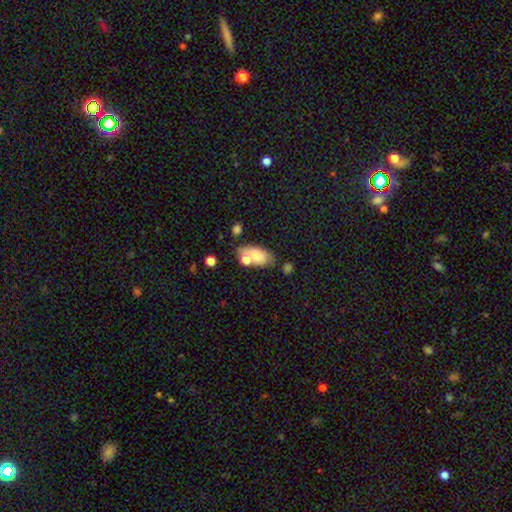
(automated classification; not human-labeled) A smooth galaxy with no disk features (74%) that is in between round and cigar-shaped (90%).

Vote fractions:
- Smooth or featured? smooth: 74% / featured or disk: 18% / star or artifact: 9%
- How rounded? in between: 90% / round: 5% / cigar-shaped: 4%
- Merging? none: 50% / merger: 24% / minor disturbance: 19% / major disturbance: 7%